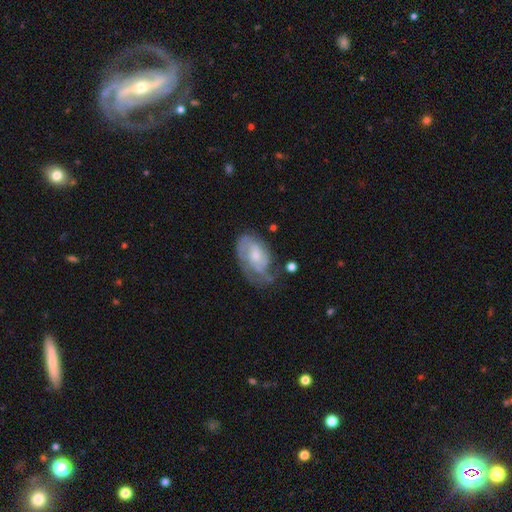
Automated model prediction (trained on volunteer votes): The model was most divided on "spiral arm count": can't tell: 36%, 2: 34%, 1: 16%, 3: 10%, 4: 3%, more than 4: 2%. Remaining: edge-on disk — no (96%); spiral arms — yes (82%); smooth or featured — featured or disk (66%); bar — no (64%); bulge size — small (47%); merging — none (45%); spiral winding — tight (44%).